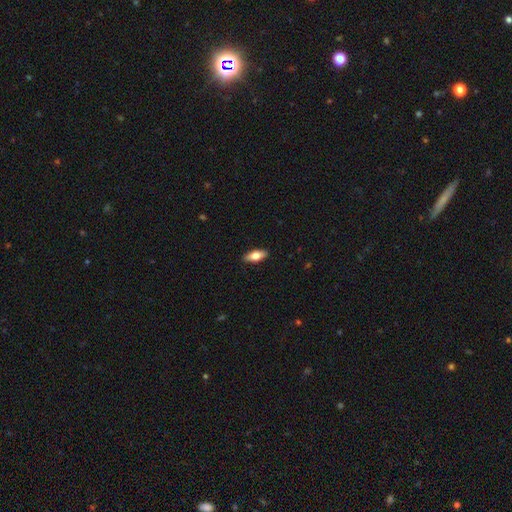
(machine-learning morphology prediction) type=smooth (73%); roundness=in between (81%); merging=none (90%).